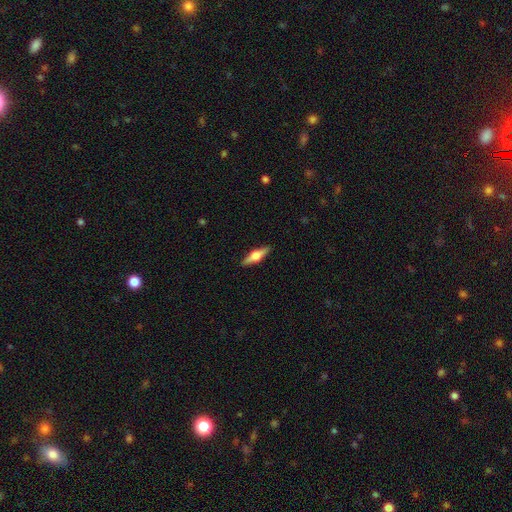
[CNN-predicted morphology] Smooth or featured?
  - featured or disk: 64% *
  - smooth: 31%
  - star or artifact: 6%
Edge-on disk?
  - yes: 96% *
  - no: 4%
Edge-on bulge?
  - rounded: 94% *
  - boxy: 5%
  - none: 2%
Merging?
  - none: 91% *
  - minor disturbance: 7%
  - major disturbance: 2%
  - merger: 1%